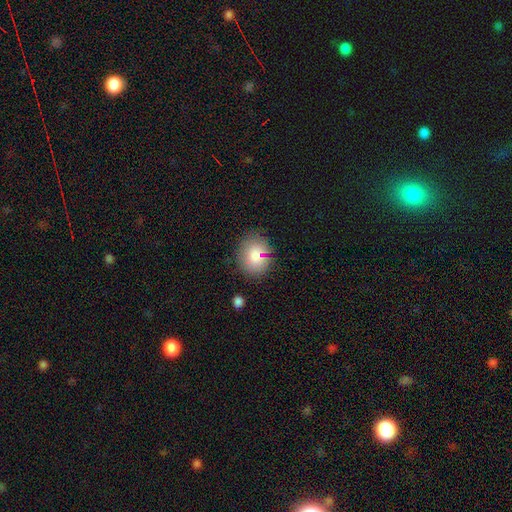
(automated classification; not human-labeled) smooth_or_featured: smooth (p=0.80) [alt: star or artifact p=0.10]
how_rounded: round (p=0.68) [alt: in between p=0.30]
merging: none (p=0.78) [alt: minor disturbance p=0.14]